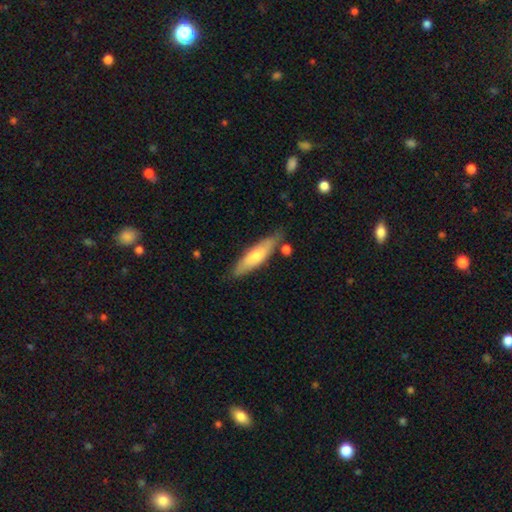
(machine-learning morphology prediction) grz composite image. It shows a smooth galaxy with no disk features (60%) that is cigar-shaped (71%). Merging: none (78%).